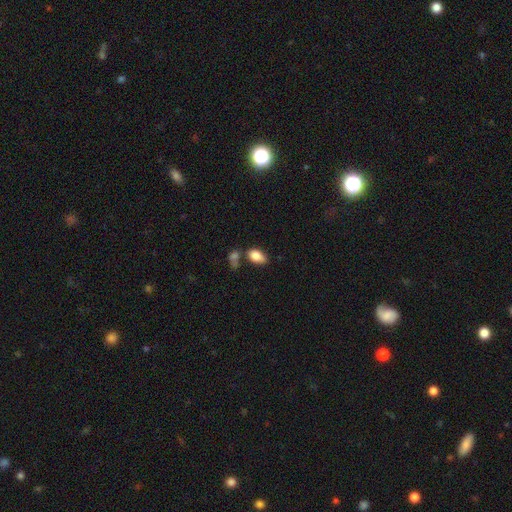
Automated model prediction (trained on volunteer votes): A smooth galaxy with no disk features (84%) that is in between round and cigar-shaped (91%). Merging: none (54%).